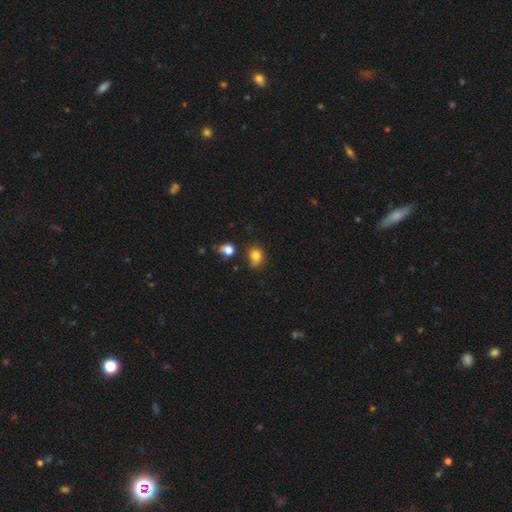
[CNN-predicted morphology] A smooth galaxy with no disk features (82%) that is round (67%). Merging: none (64%).